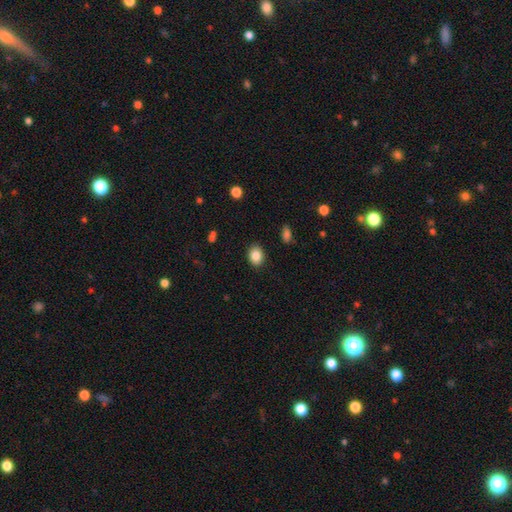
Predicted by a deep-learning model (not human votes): smooth-or-featured: smooth: 86% | star or artifact: 9% | featured or disk: 6%
  how-rounded: in between: 60% | round: 39% | cigar-shaped: 1%
  merging: none: 88% | minor disturbance: 8% | major disturbance: 2% | merger: 1%